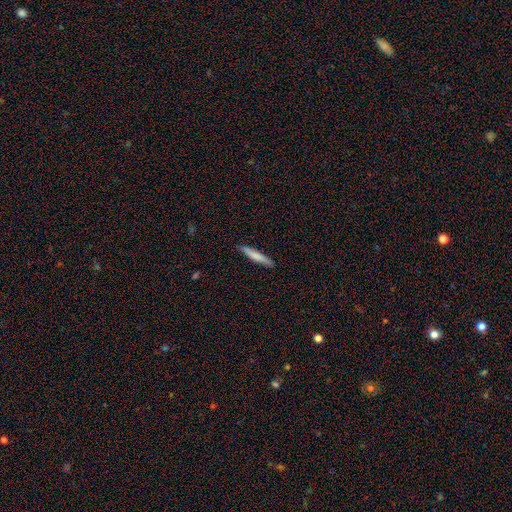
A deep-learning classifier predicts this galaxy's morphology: smooth 72%, featured or disk 23%, star or artifact 5%. Down the decision tree: how rounded — cigar-shaped (94%); merging — none (89%).